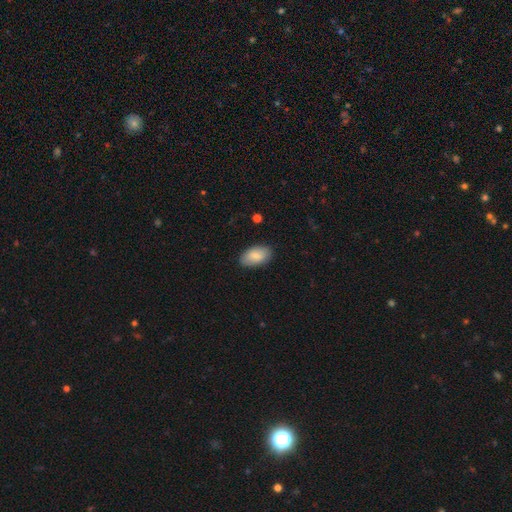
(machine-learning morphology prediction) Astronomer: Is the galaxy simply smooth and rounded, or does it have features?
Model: smooth — 86%.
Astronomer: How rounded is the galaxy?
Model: in between — 95%.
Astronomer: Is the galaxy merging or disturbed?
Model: none — 87%.